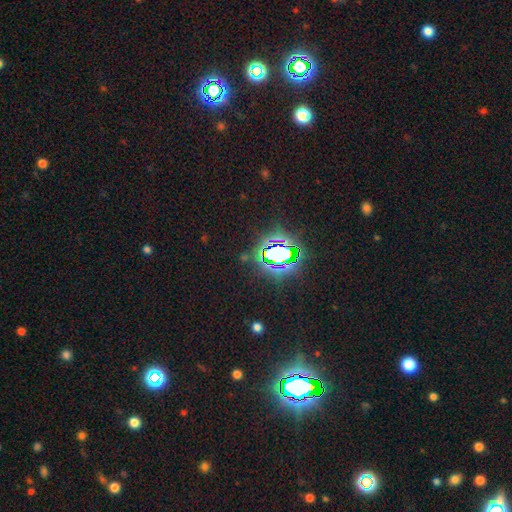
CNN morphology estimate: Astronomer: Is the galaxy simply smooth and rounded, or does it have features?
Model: star or artifact — 80%.